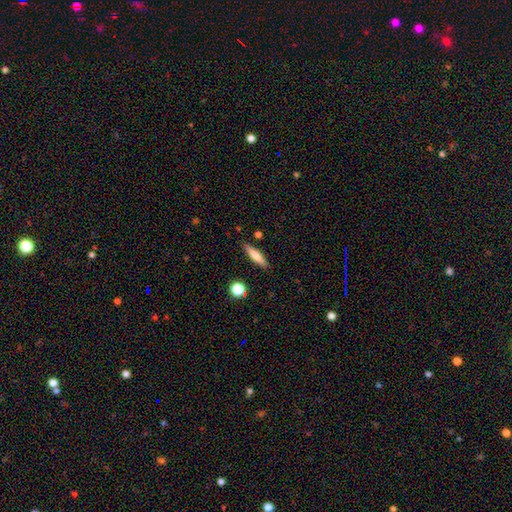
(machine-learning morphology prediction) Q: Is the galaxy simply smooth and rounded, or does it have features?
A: smooth — 62%.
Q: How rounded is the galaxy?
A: cigar-shaped — 82%.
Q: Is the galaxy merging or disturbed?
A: none — 86%.